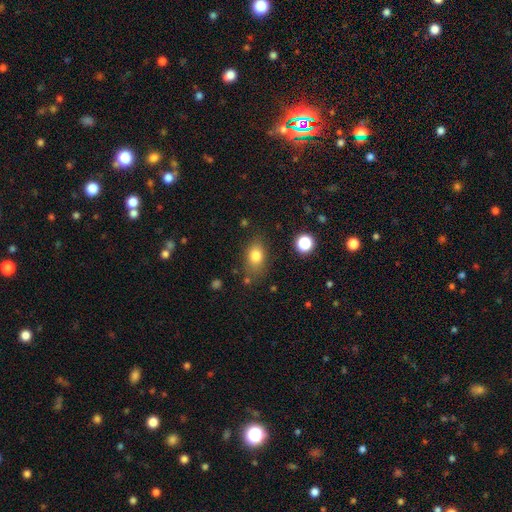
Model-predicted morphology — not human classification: Smooth or featured: smooth — 79% (star or artifact — 11%)
How rounded: in between — 76% (round — 21%)
Merging: none — 75% (minor disturbance — 16%)